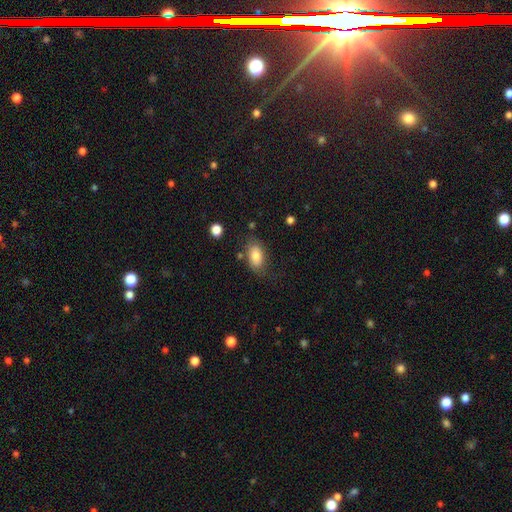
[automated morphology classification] Smooth or featured? Predicted: smooth (p=0.79). How rounded? Predicted: in between (p=0.91). Merging? Predicted: none (p=0.68).